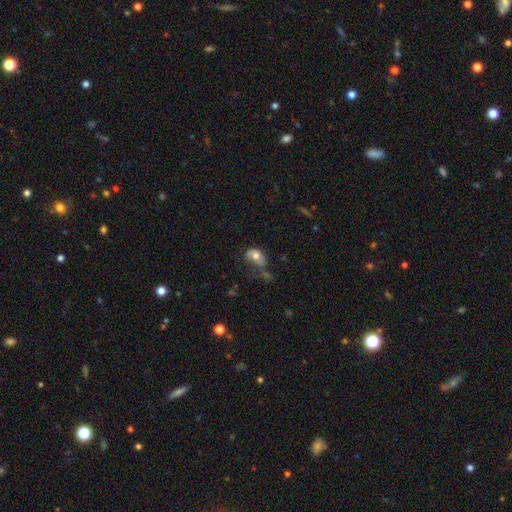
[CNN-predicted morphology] This appears to be a smooth galaxy with no disk features (65%) that is in between round and cigar-shaped (84%). Merging: none (32%).